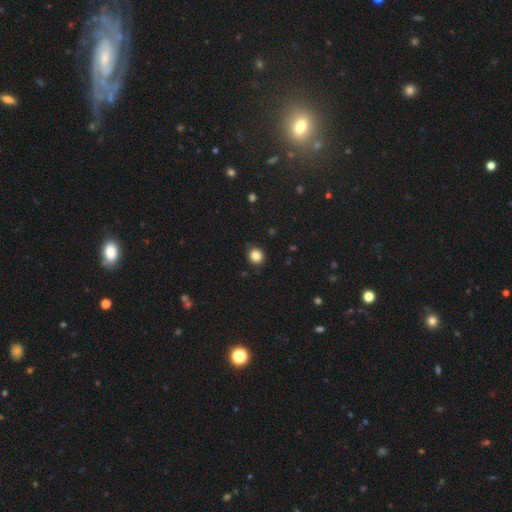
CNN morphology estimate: A smooth galaxy with no disk features (85%) that is round (84%).

Vote fractions:
- Smooth or featured? smooth: 85% / star or artifact: 11% / featured or disk: 4%
- How rounded? round: 84% / in between: 15% / cigar-shaped: 1%
- Merging? none: 87% / minor disturbance: 10% / major disturbance: 2% / merger: 1%